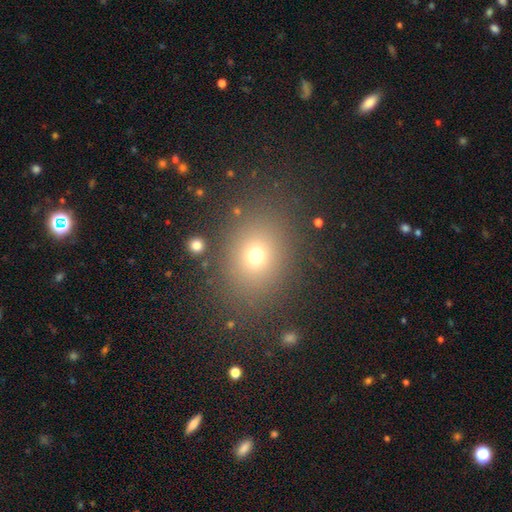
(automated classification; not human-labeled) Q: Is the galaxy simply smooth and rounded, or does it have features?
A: smooth — 69%.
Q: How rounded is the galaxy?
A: round — 51%.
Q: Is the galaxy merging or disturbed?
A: none — 85%.